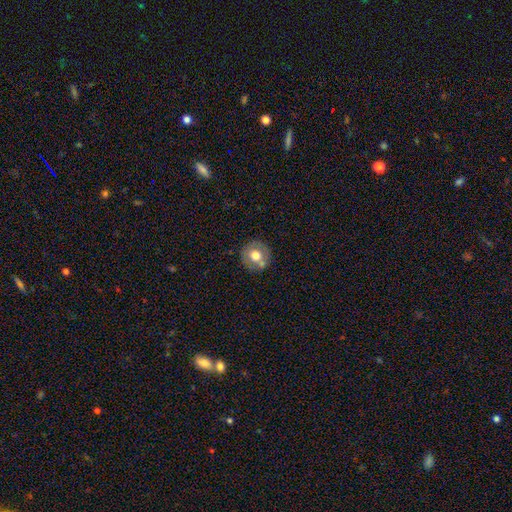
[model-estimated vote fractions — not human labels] A smooth galaxy with no disk features (65%) that is round (92%).

Vote fractions:
- Smooth or featured? smooth: 65% / featured or disk: 26% / star or artifact: 9%
- How rounded? round: 92% / in between: 7% / cigar-shaped: 1%
- Merging? none: 74% / minor disturbance: 12% / merger: 11% / major disturbance: 3%